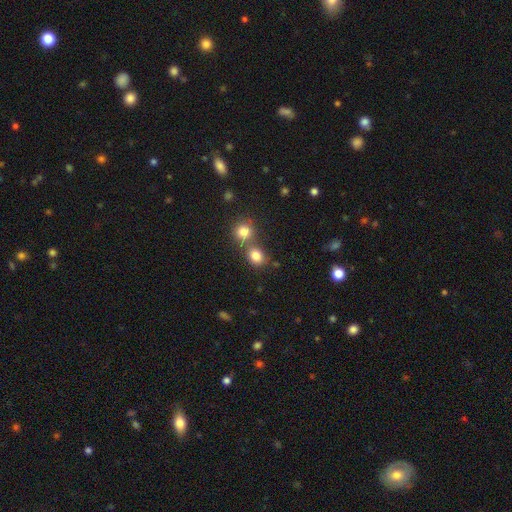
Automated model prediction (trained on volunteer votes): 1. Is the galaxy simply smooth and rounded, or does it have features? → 81% smooth, 12% star or artifact, 6% featured or disk.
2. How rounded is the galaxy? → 61% round, 38% in between, 1% cigar-shaped.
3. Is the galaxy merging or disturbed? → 54% none, 34% merger, 9% minor disturbance, 3% major disturbance.